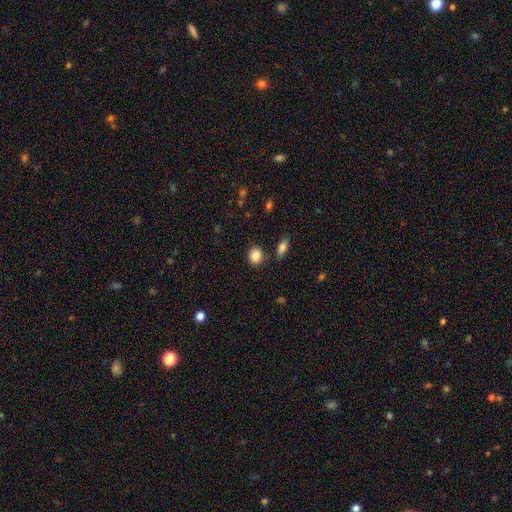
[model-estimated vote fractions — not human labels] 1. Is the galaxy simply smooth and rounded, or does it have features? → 86% smooth, 9% star or artifact, 6% featured or disk.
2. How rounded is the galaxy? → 64% round, 35% in between, 1% cigar-shaped.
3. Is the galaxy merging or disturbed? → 82% none, 10% minor disturbance, 6% merger, 3% major disturbance.